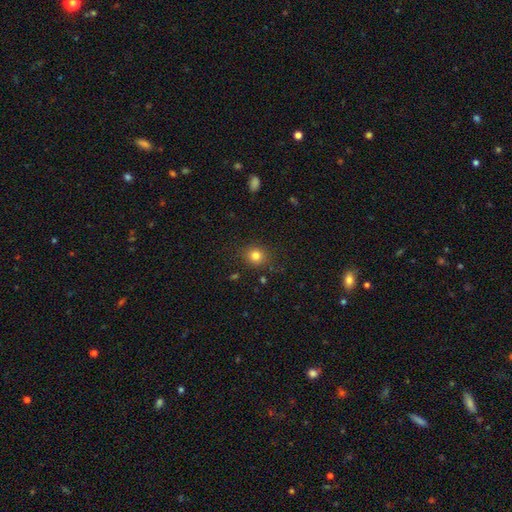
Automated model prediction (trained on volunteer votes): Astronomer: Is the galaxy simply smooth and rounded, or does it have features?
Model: smooth — 81%.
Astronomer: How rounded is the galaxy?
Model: round — 82%.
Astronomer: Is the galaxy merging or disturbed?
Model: none — 85%.